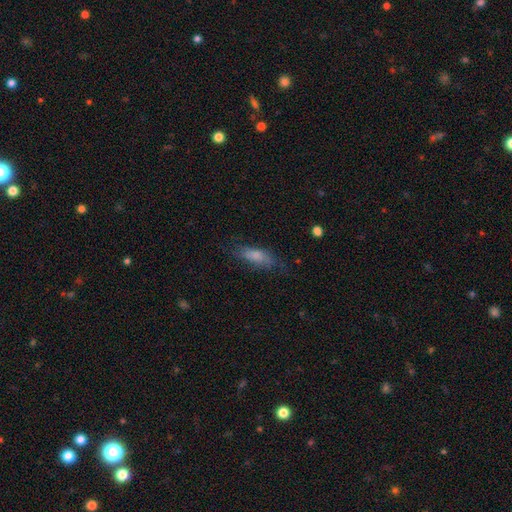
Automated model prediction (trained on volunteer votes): Smooth or featured? Predicted: smooth (p=0.72). How rounded? Predicted: in between (p=0.61). Merging? Predicted: none (p=0.63).